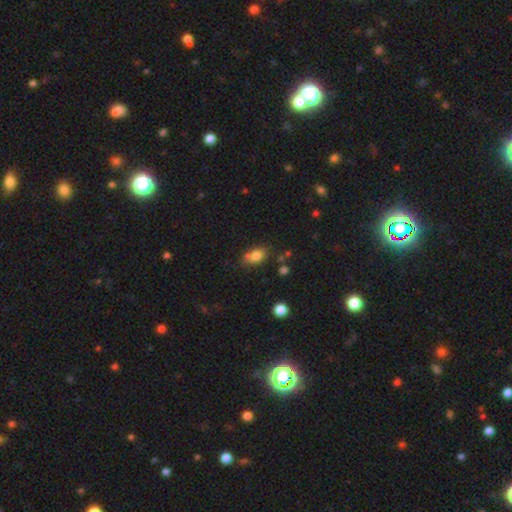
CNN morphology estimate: smooth 77%, featured or disk 12%, star or artifact 11%. Down the decision tree: how rounded — in between (77%); merging — none (59%).